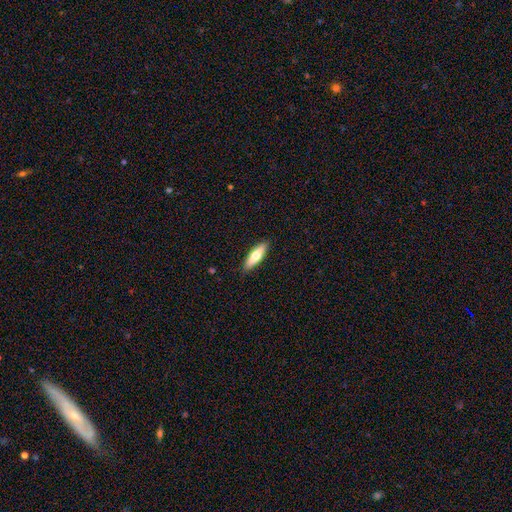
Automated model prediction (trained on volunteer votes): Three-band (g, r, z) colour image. It shows a smooth galaxy with no disk features (66%) that is cigar-shaped (59%). Merging: none (89%).